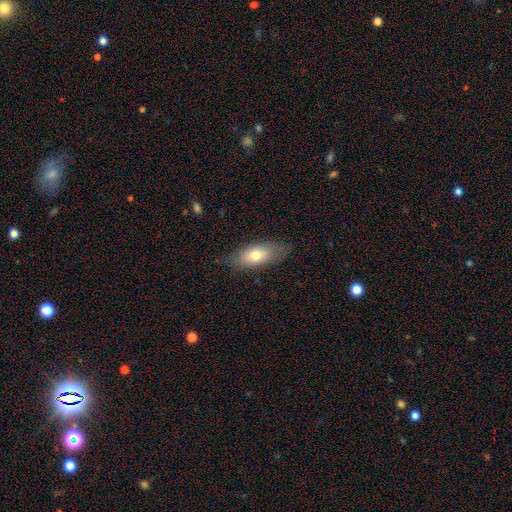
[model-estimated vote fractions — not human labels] A smooth galaxy with no disk features (71%) that is in between round and cigar-shaped (82%).

Vote fractions:
- Smooth or featured? smooth: 71% / featured or disk: 22% / star or artifact: 7%
- How rounded? in between: 82% / cigar-shaped: 14% / round: 4%
- Merging? none: 76% / minor disturbance: 18% / major disturbance: 5% / merger: 1%